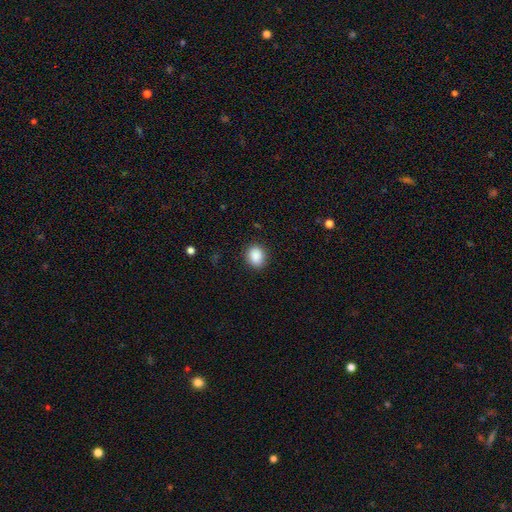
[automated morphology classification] smooth 89%, star or artifact 8%, featured or disk 3%. Down the decision tree: how rounded — round (57%); merging — none (87%).